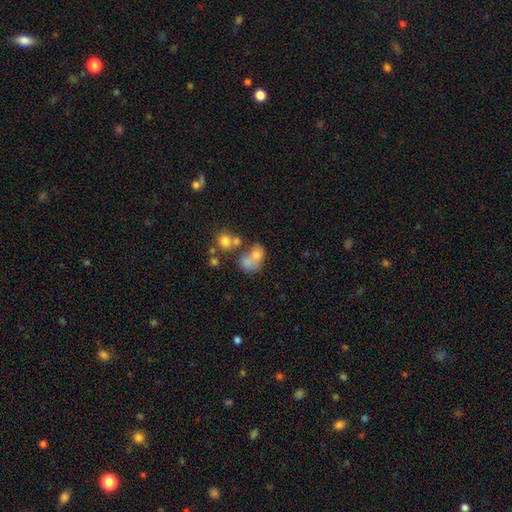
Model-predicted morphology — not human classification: The model was most divided on "how rounded": in between: 58%, round: 41%, cigar-shaped: 1%. More confident: smooth or featured — smooth (66%); merging — merger (55%).